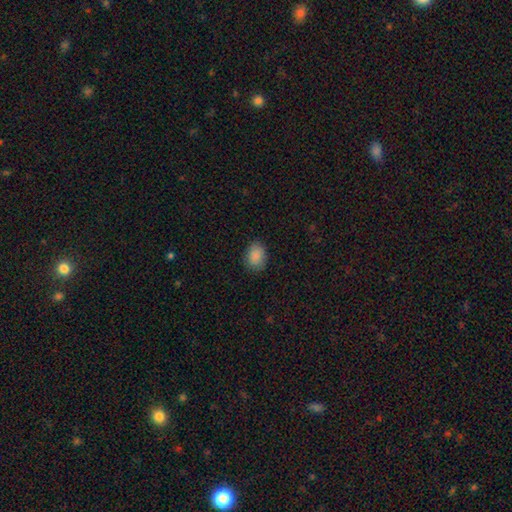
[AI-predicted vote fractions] smooth_or_featured: smooth (p=0.89) [alt: star or artifact p=0.08]
how_rounded: in between (p=0.72) [alt: round p=0.27]
merging: none (p=0.85) [alt: minor disturbance p=0.12]